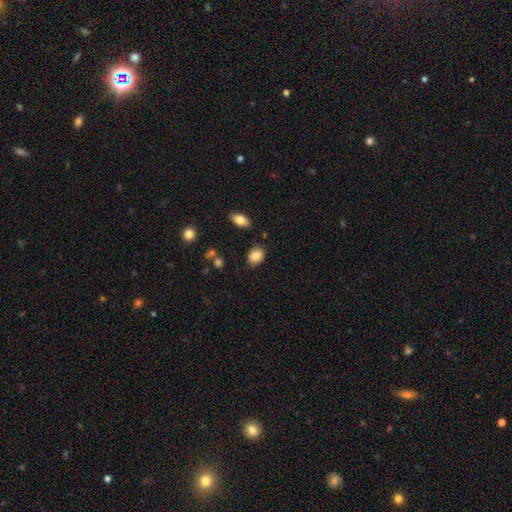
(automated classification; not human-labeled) This is clearly a smooth galaxy (85%). How rounded: possibly in between (57%). Merging: likely none (80%).